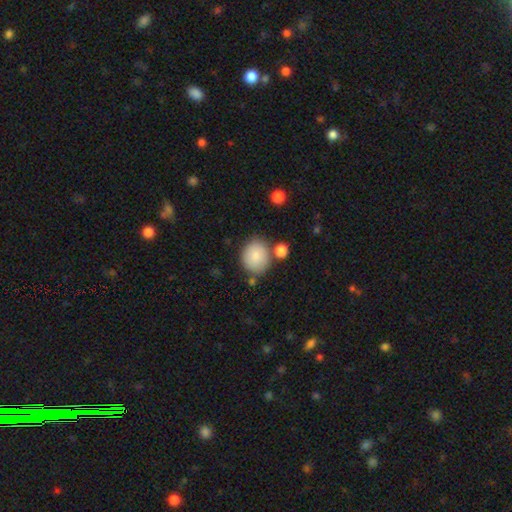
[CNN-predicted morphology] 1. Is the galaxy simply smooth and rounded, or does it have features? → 84% smooth, 9% featured or disk, 8% star or artifact.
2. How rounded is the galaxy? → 75% round, 24% in between, 1% cigar-shaped.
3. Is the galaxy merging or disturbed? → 72% none, 14% minor disturbance, 11% merger, 4% major disturbance.